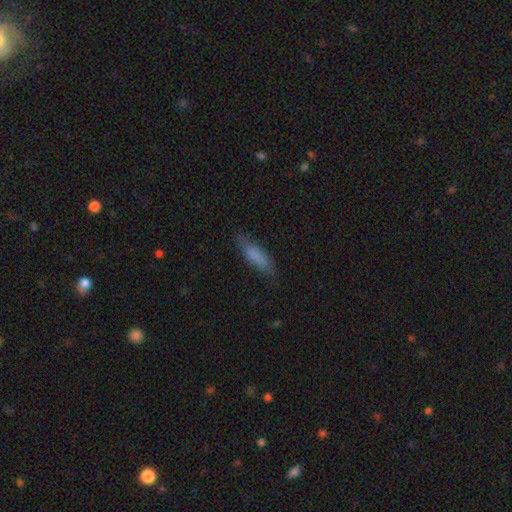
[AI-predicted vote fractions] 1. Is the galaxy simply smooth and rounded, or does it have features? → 78% smooth, 15% featured or disk, 7% star or artifact.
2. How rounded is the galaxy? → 56% cigar-shaped, 42% in between, 2% round.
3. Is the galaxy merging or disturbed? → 75% none, 19% minor disturbance, 5% major disturbance, 1% merger.